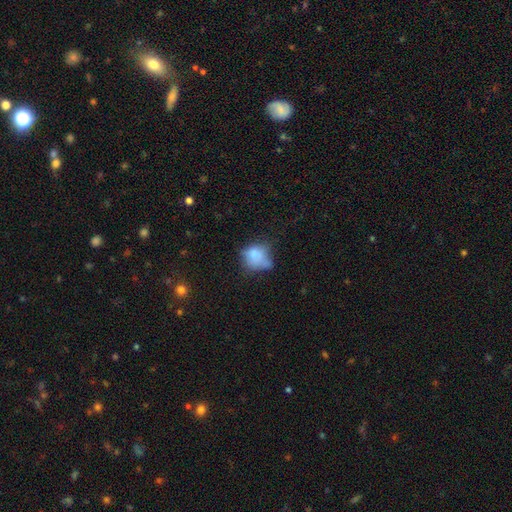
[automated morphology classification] Smooth or featured? Predicted: smooth (p=0.72). How rounded? Predicted: round (p=0.57). Merging? Predicted: none (p=0.36).